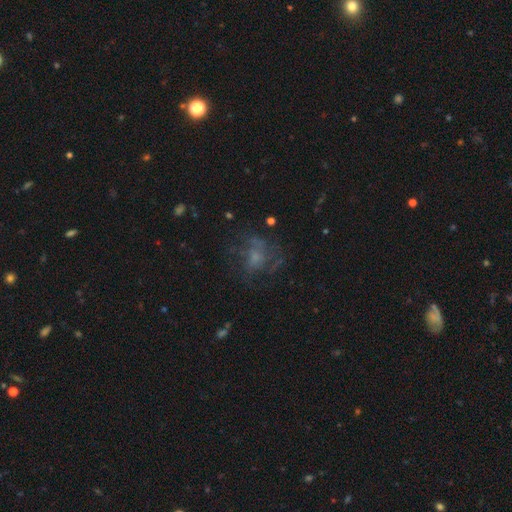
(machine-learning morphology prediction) Smooth or featured? featured or disk (48%)
Merging? none (54%)